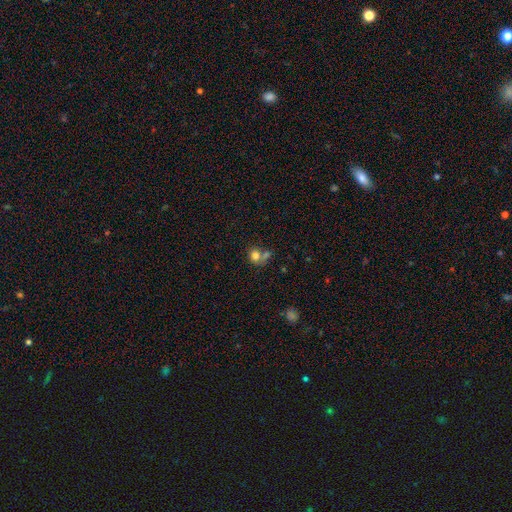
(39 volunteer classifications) Smooth or featured: smooth — 87% (featured or disk — 8%)
How rounded: in between — 53% (round — 44%)
Merging: none — 43% (merger — 32%)